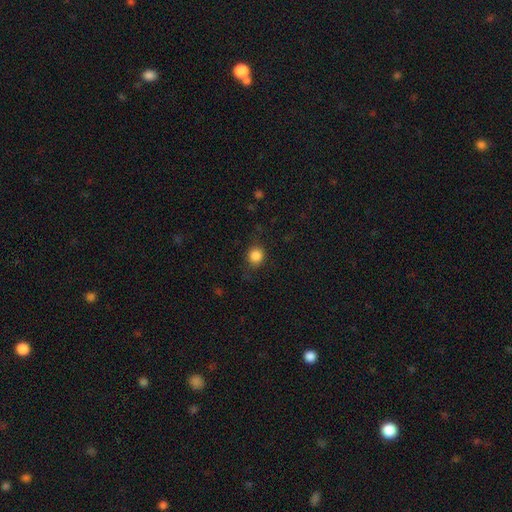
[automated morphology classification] smooth_or_featured: smooth (p=0.85) [alt: star or artifact p=0.10]
how_rounded: round (p=0.81) [alt: in between p=0.18]
merging: none (p=0.80) [alt: minor disturbance p=0.14]